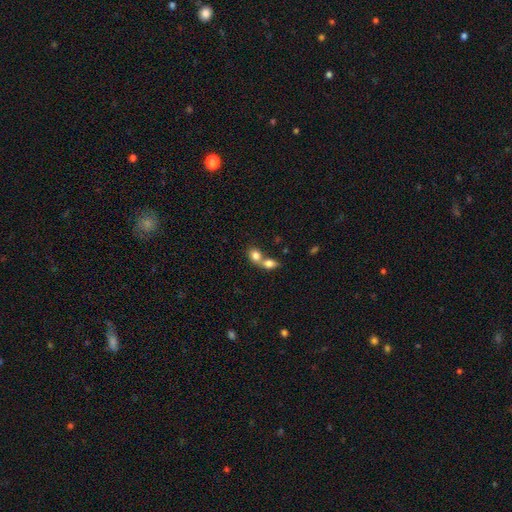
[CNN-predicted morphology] Overall: smooth (80%). How rounded: in between (52%; round 46%). Merging: merger (69%).